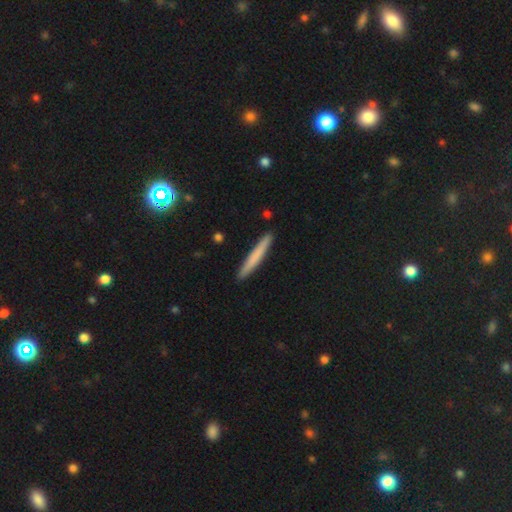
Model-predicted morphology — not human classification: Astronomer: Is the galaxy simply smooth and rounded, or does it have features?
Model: smooth — 69%.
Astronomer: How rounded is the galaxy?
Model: cigar-shaped — 97%.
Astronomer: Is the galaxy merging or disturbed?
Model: none — 91%.